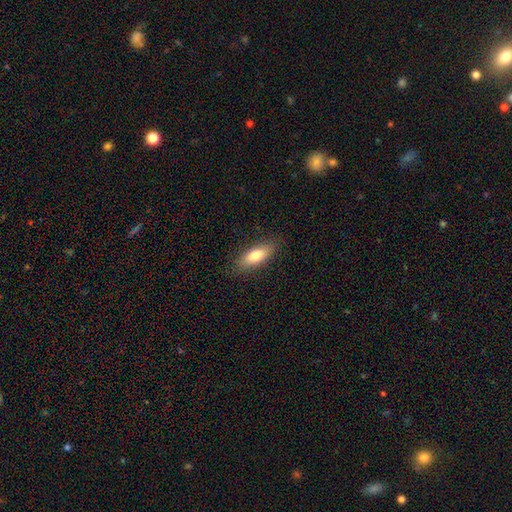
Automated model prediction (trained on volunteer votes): Morphology: type=smooth (74%); roundness=in between (70%); merging=none (86%).